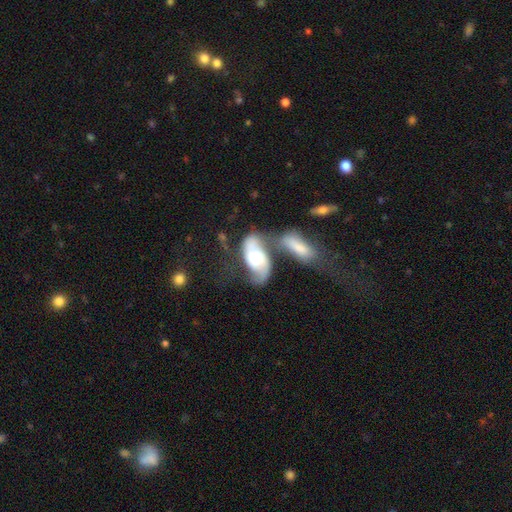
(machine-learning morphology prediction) smooth-or-featured: featured or disk: 72% | smooth: 22% | star or artifact: 6%
  disk-edge-on: no: 94% | yes: 6%
    bar: no: 53% | weak: 35% | strong: 12%
    has-spiral-arms: yes: 91% | no: 9%
      spiral-winding: loose: 42% (tied) | medium: 42% (tied) | tight: 16%
      spiral-arm-count: 2: 86% | can't tell: 8% | 1: 4% | 3: 1% | 4: 1% | more than 4: 1%
    bulge-size: moderate: 59% | large: 20% | small: 16% | none: 3% | dominant: 2%
  merging: merger: 48% | none: 27% | minor disturbance: 13% | major disturbance: 12%